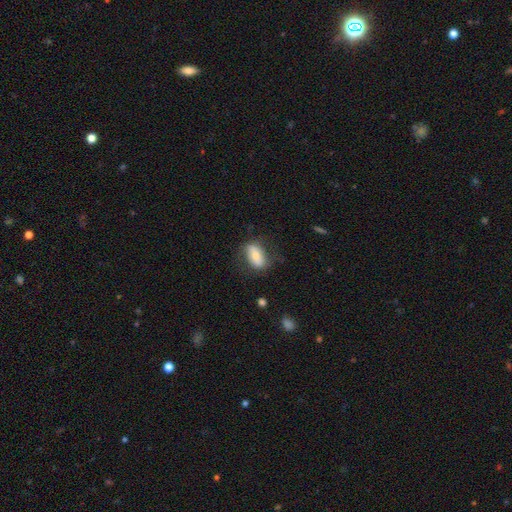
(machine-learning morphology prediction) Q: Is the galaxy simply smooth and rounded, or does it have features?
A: smooth — 63%.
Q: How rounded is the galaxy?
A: in between — 85%.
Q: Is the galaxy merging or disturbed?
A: none — 69%.